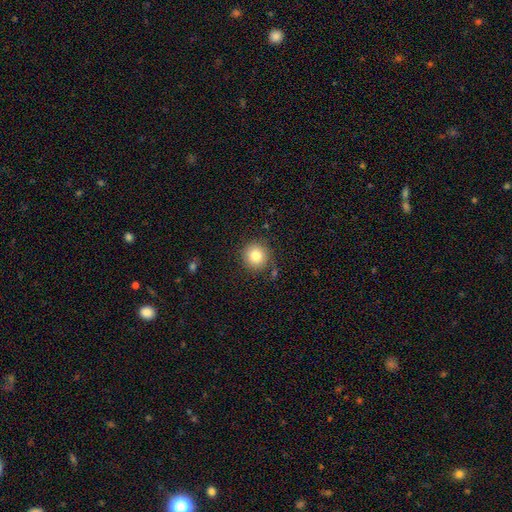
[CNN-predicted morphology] Smooth or featured? smooth (82%)
How rounded? round (93%)
Merging? none (85%)